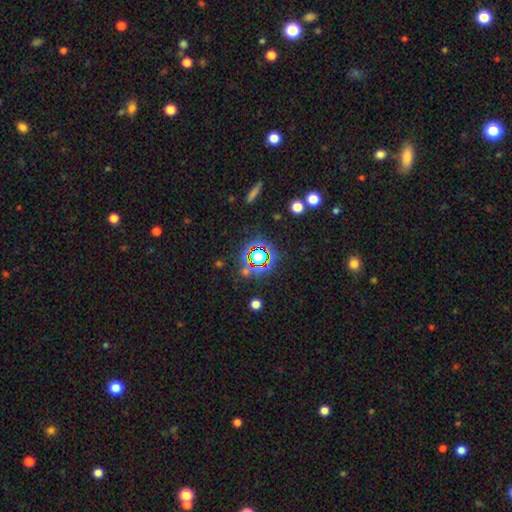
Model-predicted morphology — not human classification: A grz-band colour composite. It shows a star or artifact, not a galaxy (63%).